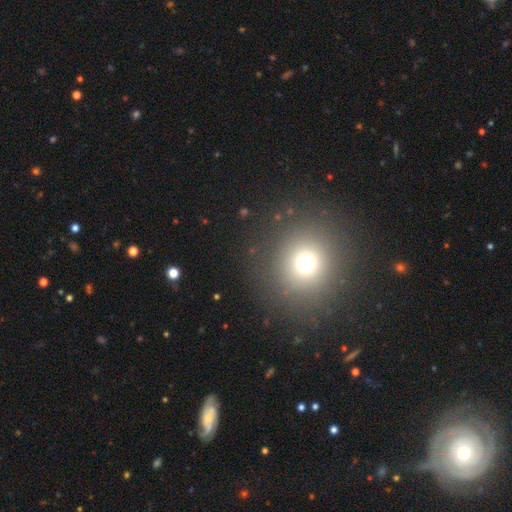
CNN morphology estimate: smooth-or-featured: smooth: 58% | star or artifact: 29% | featured or disk: 12%
  how-rounded: round: 92% | in between: 7% | cigar-shaped: 1%
  merging: none: 88% | minor disturbance: 7% | major disturbance: 4% | merger: 2%